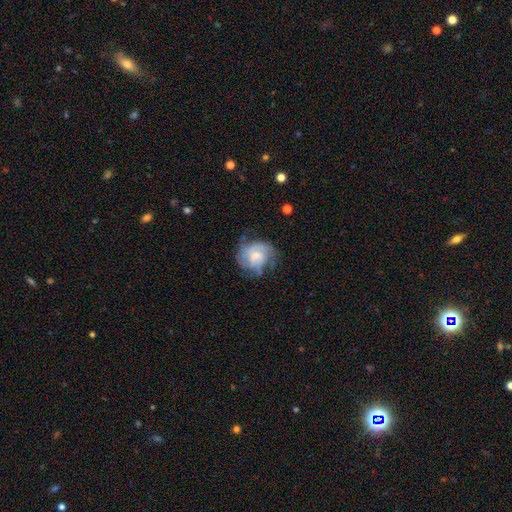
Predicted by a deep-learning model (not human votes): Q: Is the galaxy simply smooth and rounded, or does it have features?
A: featured or disk — 58%.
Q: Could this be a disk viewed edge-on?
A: no — 98%.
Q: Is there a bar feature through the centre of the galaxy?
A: no — 63%.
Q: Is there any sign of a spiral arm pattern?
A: yes — 75%.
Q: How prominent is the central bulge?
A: small — 46%.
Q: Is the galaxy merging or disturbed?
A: none — 47%.